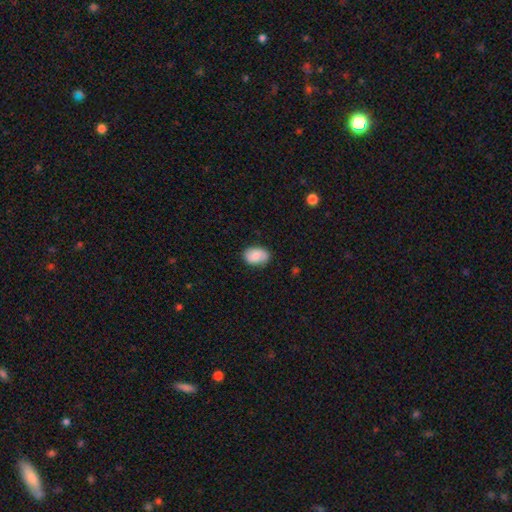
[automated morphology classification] smooth 77%, featured or disk 16%, star or artifact 7%. Down the decision tree: how rounded — in between (81%); merging — none (81%).